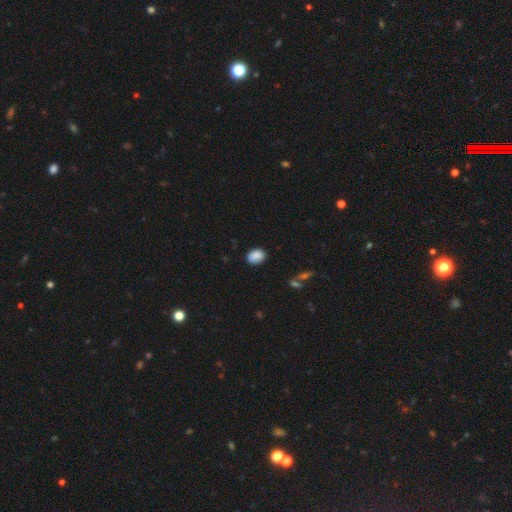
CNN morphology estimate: smooth 86%, star or artifact 8%, featured or disk 6%. Down the decision tree: how rounded — in between (63%); merging — none (82%).